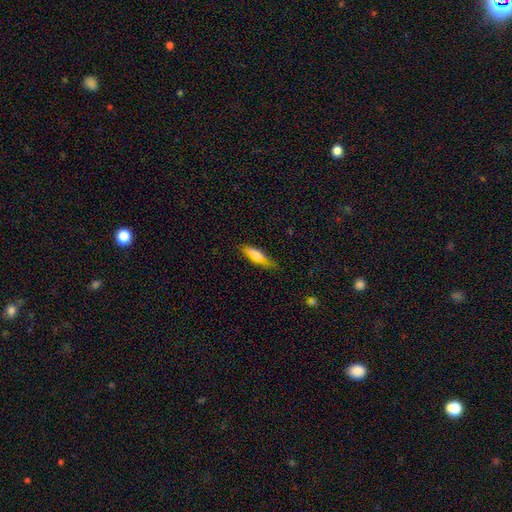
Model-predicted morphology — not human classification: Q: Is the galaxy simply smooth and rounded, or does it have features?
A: smooth — 71%.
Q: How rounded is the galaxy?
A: cigar-shaped — 56%.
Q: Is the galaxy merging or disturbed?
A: none — 67%.